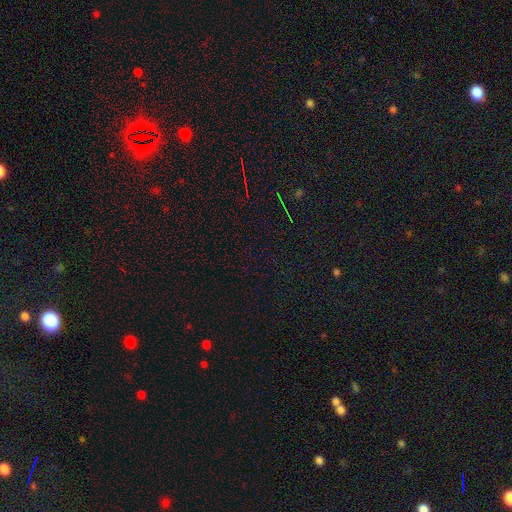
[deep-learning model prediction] Smooth or featured: star or artifact — 76% (smooth — 16%)